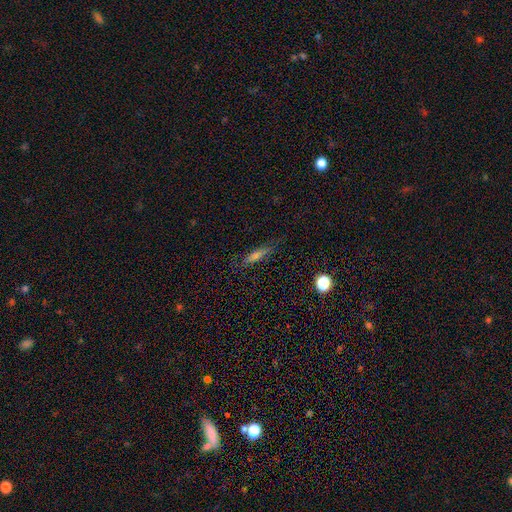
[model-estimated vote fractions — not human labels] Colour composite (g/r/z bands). It shows a smooth galaxy with no disk features (50%). Merging: none (79%).